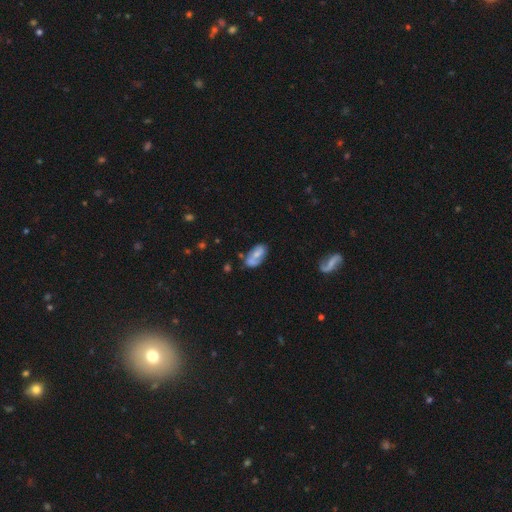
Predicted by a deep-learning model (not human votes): The model was most divided on "merging": none: 41%, merger: 28%, minor disturbance: 21%, major disturbance: 10%. More confident: how rounded — in between (90%); smooth or featured — smooth (53%).